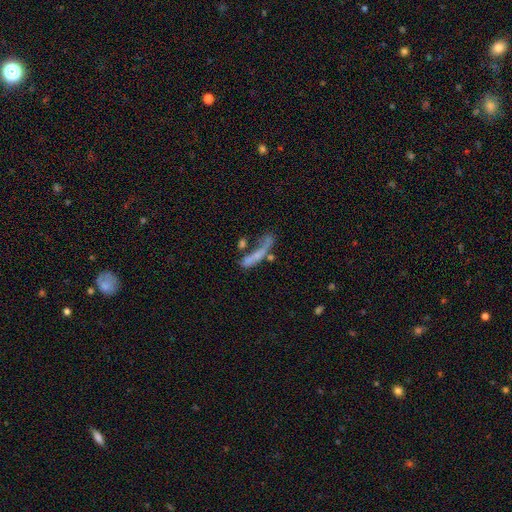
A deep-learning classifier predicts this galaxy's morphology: This is possibly a smooth galaxy (48%). Merging: marginally merger (32%).